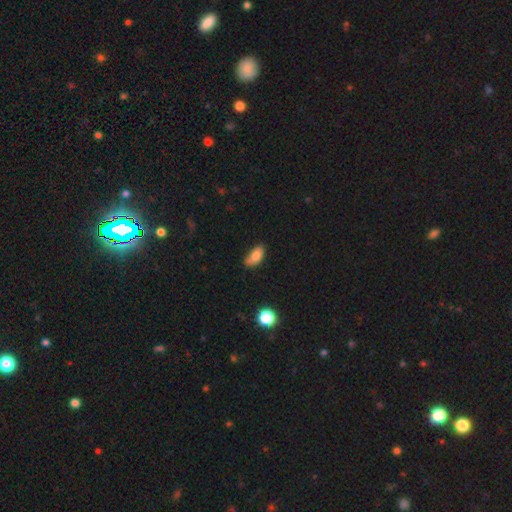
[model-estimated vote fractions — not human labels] smooth 80%, featured or disk 12%, star or artifact 8%. Down the decision tree: how rounded — in between (89%); merging — none (63%).